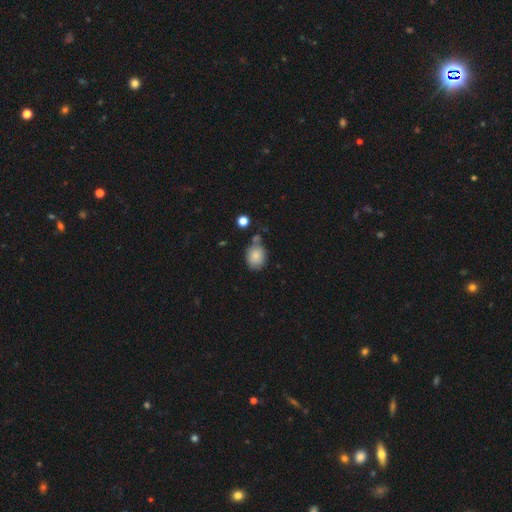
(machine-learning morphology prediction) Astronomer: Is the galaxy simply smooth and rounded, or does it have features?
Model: smooth — 83%.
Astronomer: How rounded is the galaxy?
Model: round — 50% (runner-up: in between, 49%).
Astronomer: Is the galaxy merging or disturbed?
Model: none — 61%.